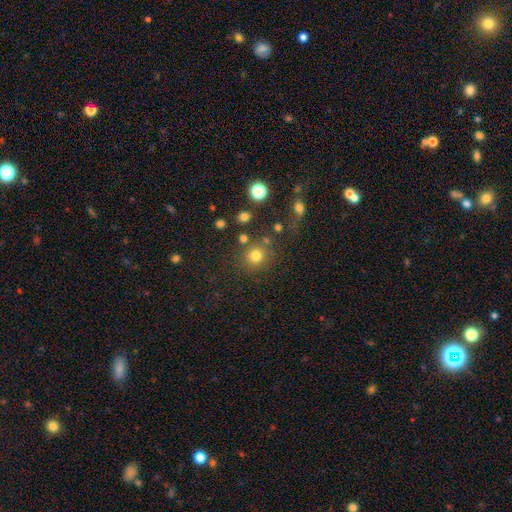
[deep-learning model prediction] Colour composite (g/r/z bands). It shows a smooth galaxy with no disk features (77%) that is round (89%). Merging: none (76%).